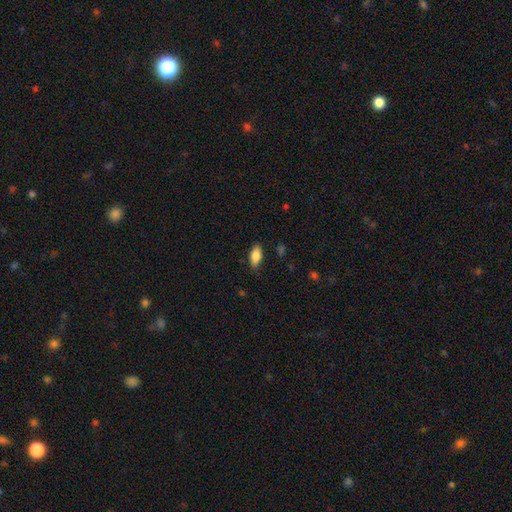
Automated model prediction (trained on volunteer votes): smooth 83%, featured or disk 10%, star or artifact 7%. Down the decision tree: how rounded — in between (87%); merging — none (81%).